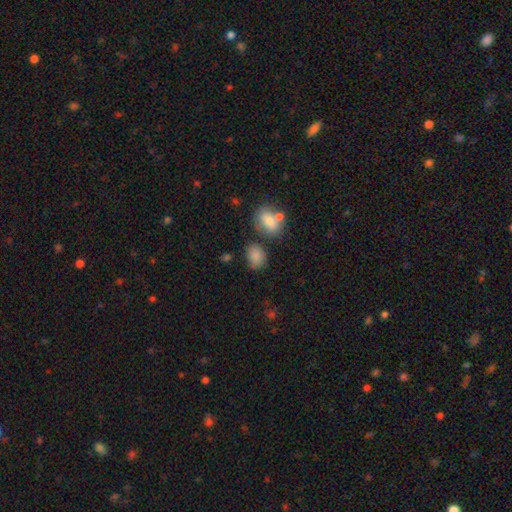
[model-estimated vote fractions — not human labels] This is clearly a smooth galaxy (84%). How rounded: likely in between (68%). Merging: likely none (68%).